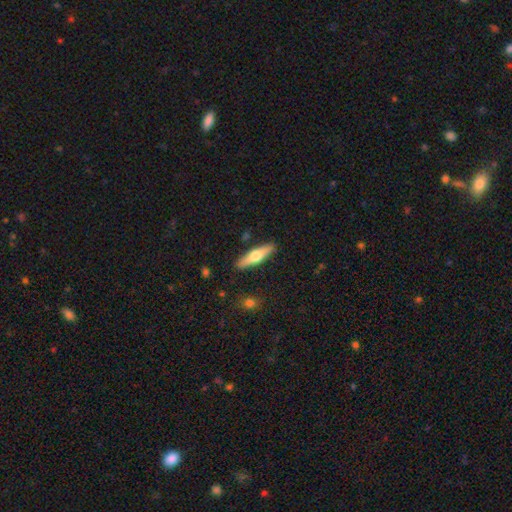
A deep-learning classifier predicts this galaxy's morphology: smooth-or-featured: smooth: 49% | featured or disk: 46% | star or artifact: 6%
  merging: none: 89% | minor disturbance: 8% | major disturbance: 2% | merger: 2%